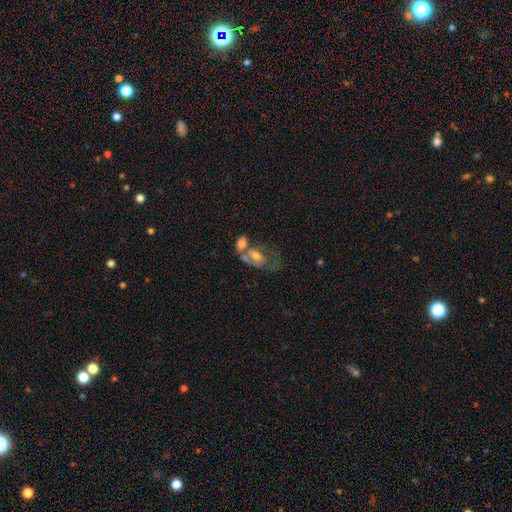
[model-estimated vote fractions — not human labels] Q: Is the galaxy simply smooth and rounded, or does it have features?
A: smooth — 46%.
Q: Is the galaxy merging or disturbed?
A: merger — 57%.